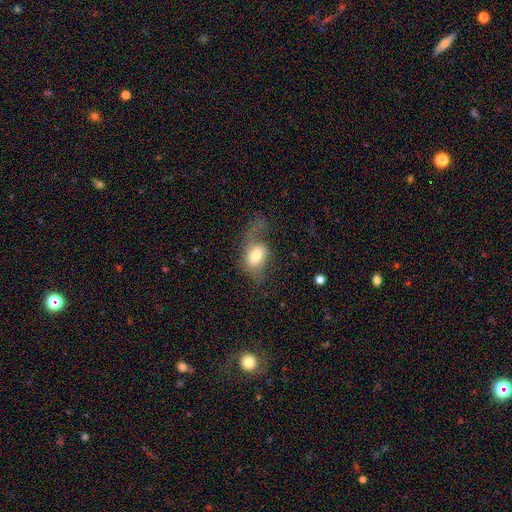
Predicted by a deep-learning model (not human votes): Q: Smooth or featured?
A: smooth (63%); runner-up: featured or disk (29%)
Q: How rounded?
A: in between (73%); runner-up: round (25%)
Q: Merging?
A: major disturbance (47%); runner-up: none (28%)